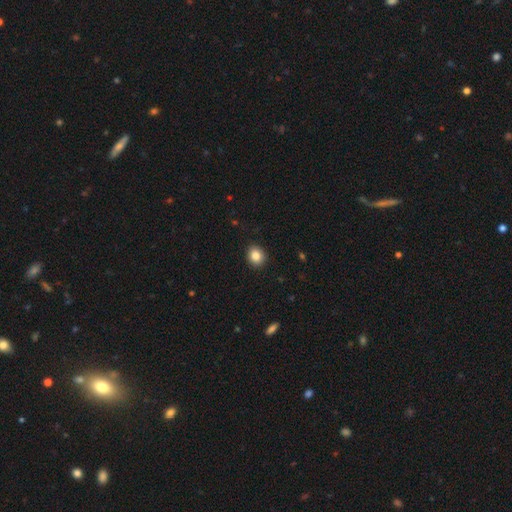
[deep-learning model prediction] Smooth or featured: smooth — 85% (star or artifact — 10%)
How rounded: round — 72% (in between — 27%)
Merging: none — 90% (minor disturbance — 7%)